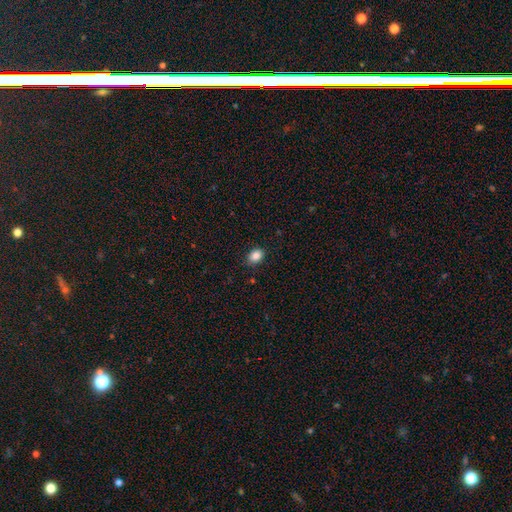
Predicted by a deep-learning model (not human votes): The model was most divided on "how rounded": in between: 64%, round: 35%, cigar-shaped: 1%. More confident: smooth or featured — smooth (87%); merging — none (86%).